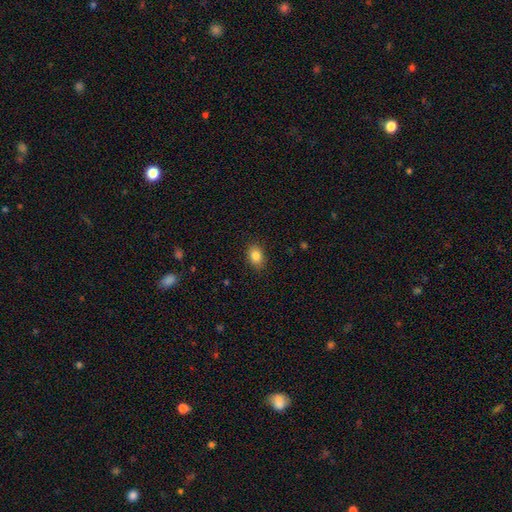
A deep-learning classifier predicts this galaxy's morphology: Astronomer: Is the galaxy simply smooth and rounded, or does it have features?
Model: smooth — 84%.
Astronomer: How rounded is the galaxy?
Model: in between — 70%.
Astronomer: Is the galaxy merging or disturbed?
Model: none — 87%.